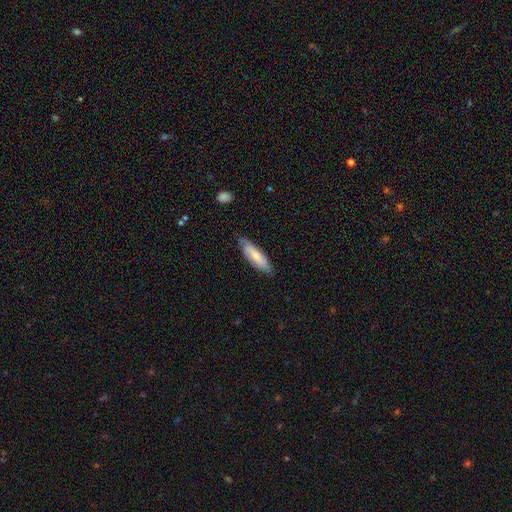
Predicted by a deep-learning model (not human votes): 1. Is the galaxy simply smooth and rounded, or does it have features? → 65% smooth, 30% featured or disk, 6% star or artifact.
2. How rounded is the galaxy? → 50% cigar-shaped, 48% in between, 1% round.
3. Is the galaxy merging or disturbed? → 72% none, 23% minor disturbance, 4% major disturbance, 1% merger.